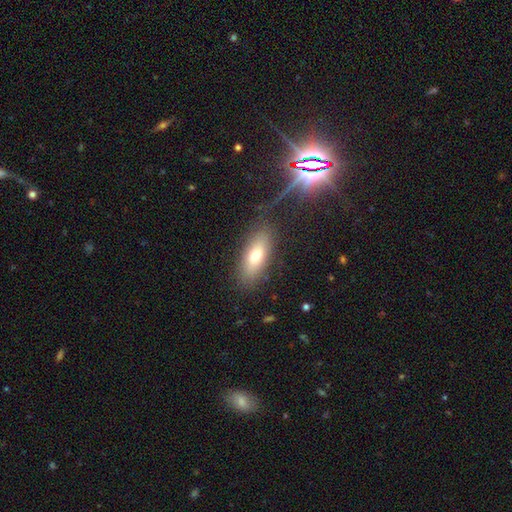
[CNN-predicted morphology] smooth-or-featured: smooth: 68% | featured or disk: 22% | star or artifact: 10%
  how-rounded: in between: 73% | cigar-shaped: 24% | round: 4%
  merging: none: 83% | minor disturbance: 11% | major disturbance: 4% | merger: 2%